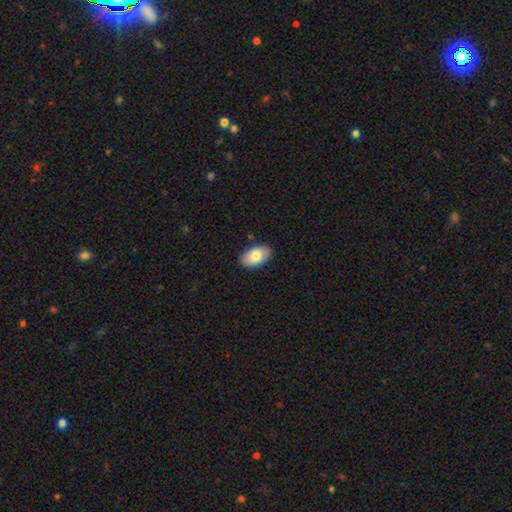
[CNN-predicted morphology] type=smooth (80%); roundness=in between (94%); merging=none (86%).